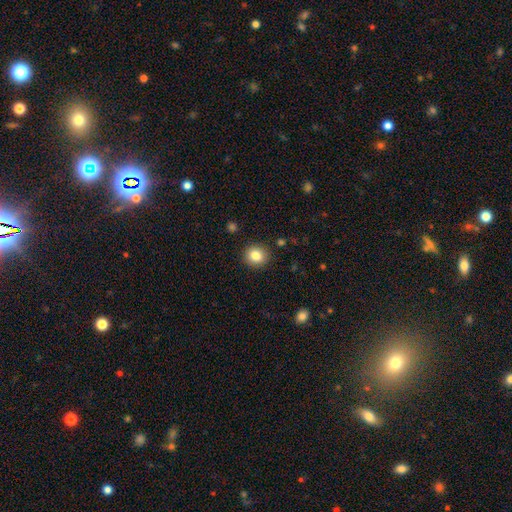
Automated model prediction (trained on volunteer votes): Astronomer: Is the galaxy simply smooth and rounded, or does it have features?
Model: smooth — 83%.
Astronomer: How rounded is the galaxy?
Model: round — 83%.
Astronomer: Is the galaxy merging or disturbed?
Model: none — 90%.